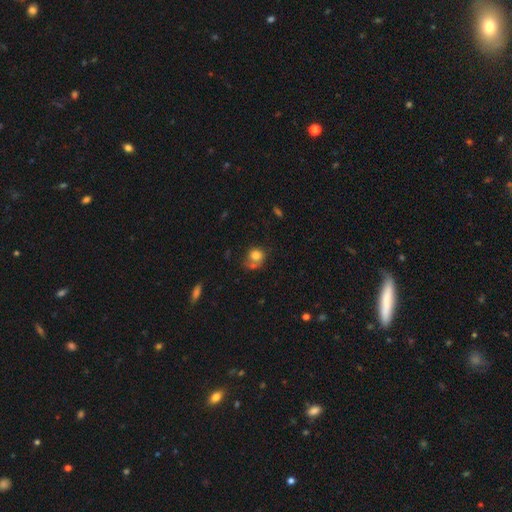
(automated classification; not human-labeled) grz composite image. It shows a smooth galaxy with no disk features (78%) that is round (74%). Merging: none (43%).